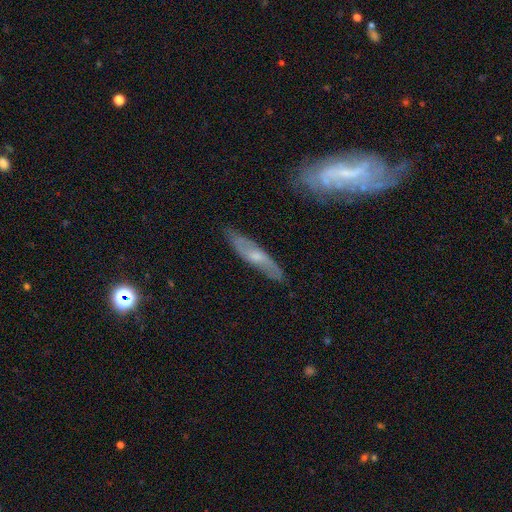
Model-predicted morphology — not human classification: Smooth or featured?
  - featured or disk: 61% *
  - smooth: 32%
  - star or artifact: 7%
Edge-on disk?
  - no: 57% *
  - yes: 43%
Merging?
  - none: 79% *
  - minor disturbance: 16%
  - major disturbance: 4%
  - merger: 2%